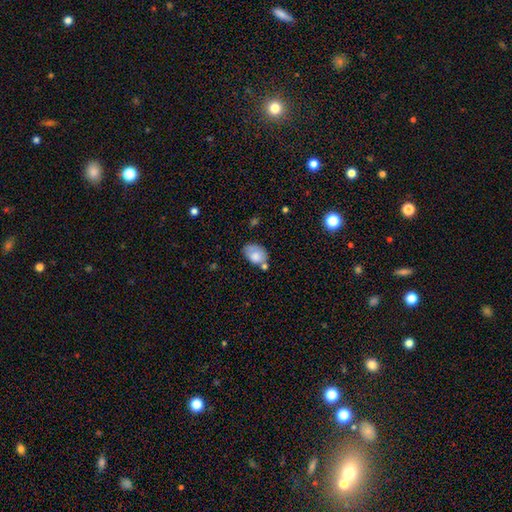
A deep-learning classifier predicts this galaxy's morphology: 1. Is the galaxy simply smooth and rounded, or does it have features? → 74% smooth, 18% featured or disk, 8% star or artifact.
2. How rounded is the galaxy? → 83% in between, 16% round, 1% cigar-shaped.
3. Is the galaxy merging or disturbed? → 47% none, 28% minor disturbance, 16% merger, 9% major disturbance.